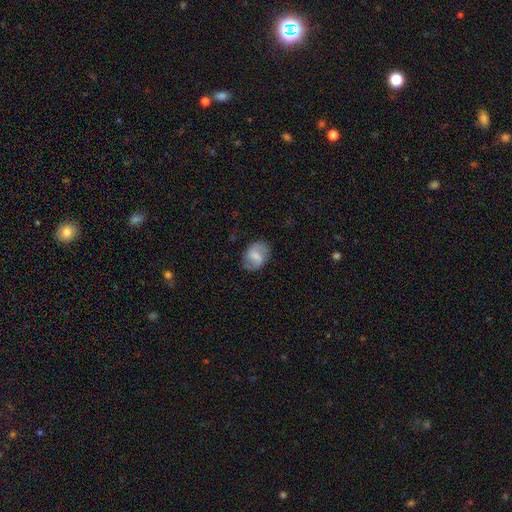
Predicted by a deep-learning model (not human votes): Morphology: type=featured or disk (49%); merging=none (79%).